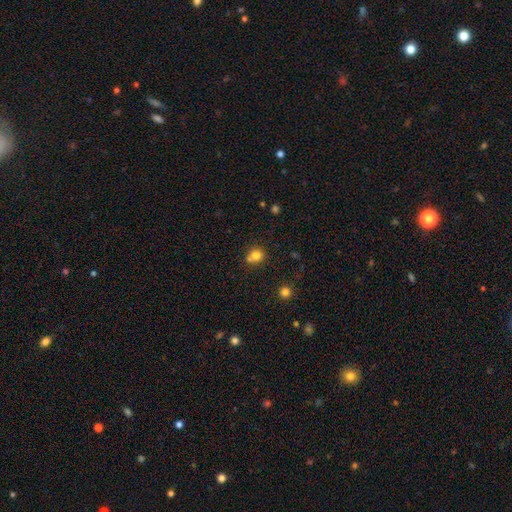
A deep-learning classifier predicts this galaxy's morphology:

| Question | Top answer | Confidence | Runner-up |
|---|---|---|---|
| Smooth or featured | smooth | 78% | star or artifact (13%) |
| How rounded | round | 81% | in between (18%) |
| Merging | none | 58% | merger (28%) |